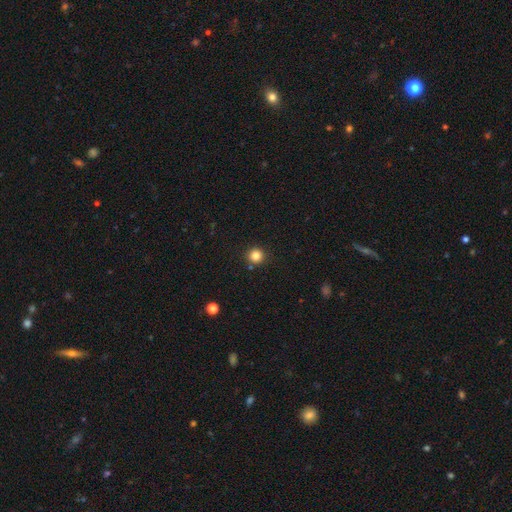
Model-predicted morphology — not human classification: Smooth or featured? Predicted: smooth (p=0.83). How rounded? Predicted: round (p=0.94). Merging? Predicted: none (p=0.88).